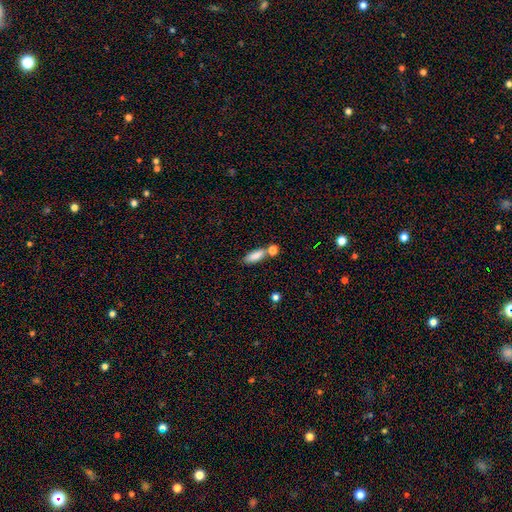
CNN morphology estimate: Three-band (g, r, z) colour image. It shows a smooth galaxy with no disk features (83%) that is in between round and cigar-shaped (61%). Merging: none (58%).